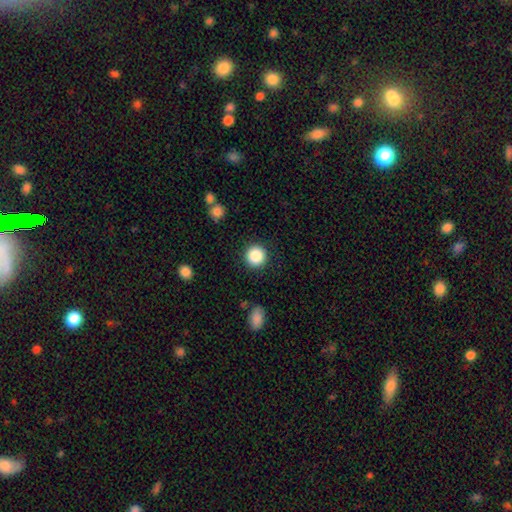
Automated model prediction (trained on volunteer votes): Smooth or featured? Predicted: smooth (p=0.87). How rounded? Predicted: round (p=0.95). Merging? Predicted: none (p=0.90).